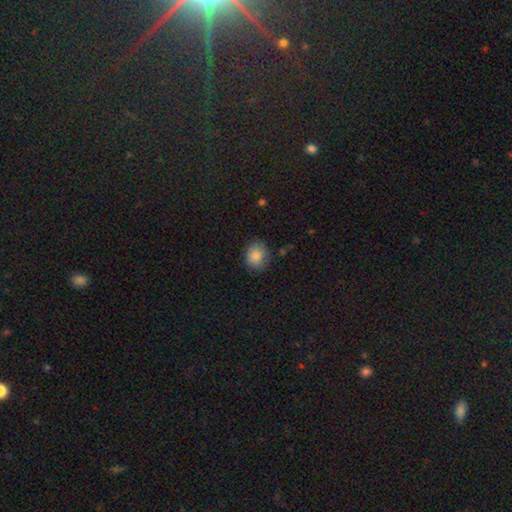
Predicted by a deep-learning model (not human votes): A smooth galaxy with no disk features (87%) that is round (59%). Merging: none (81%).